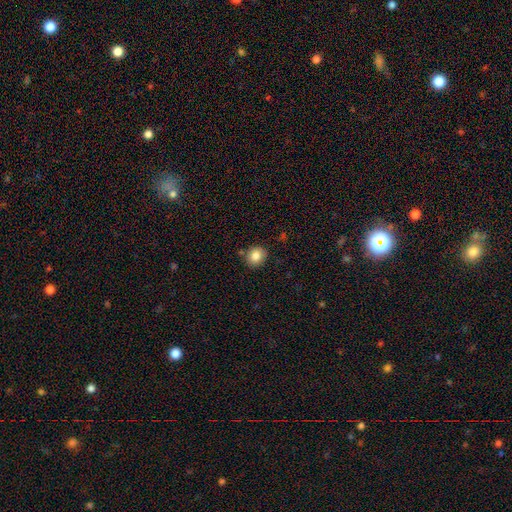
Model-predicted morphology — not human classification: Smooth or featured?
  - smooth: 85% *
  - star or artifact: 9%
  - featured or disk: 6%
How rounded?
  - round: 74% *
  - in between: 25%
  - cigar-shaped: 1%
Merging?
  - none: 82% *
  - minor disturbance: 11%
  - merger: 4%
  - major disturbance: 3%